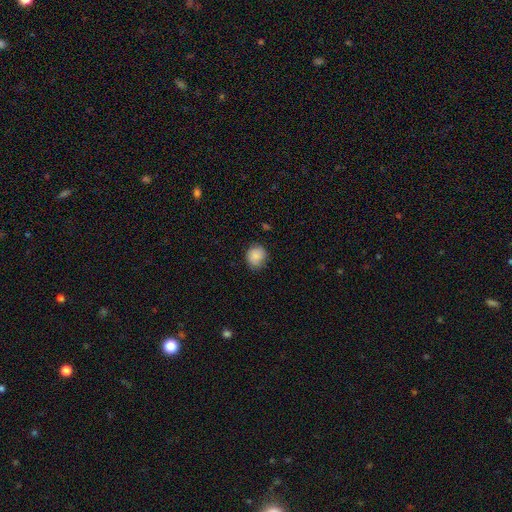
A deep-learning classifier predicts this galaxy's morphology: Smooth or featured? Predicted: smooth (p=0.85). How rounded? Predicted: round (p=0.80). Merging? Predicted: none (p=0.77).